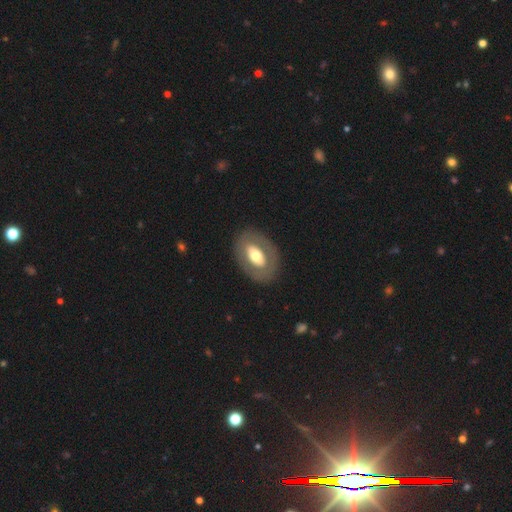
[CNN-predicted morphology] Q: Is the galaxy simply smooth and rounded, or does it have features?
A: smooth — 48%.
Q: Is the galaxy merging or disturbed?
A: none — 84%.